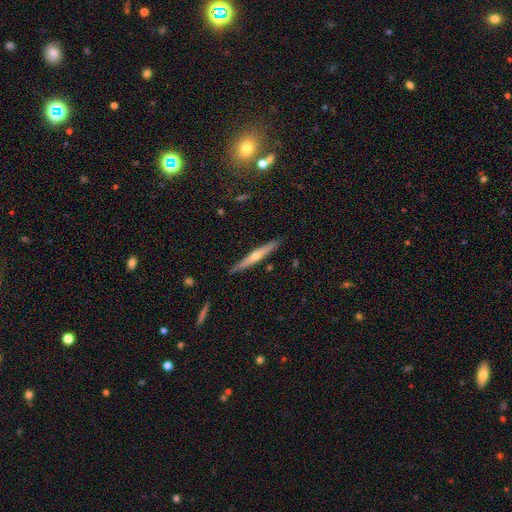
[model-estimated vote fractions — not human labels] featured or disk 69%, smooth 23%, star or artifact 7%. Down the decision tree: edge-on disk — yes (97%); edge-on bulge — rounded (83%); merging — none (90%).